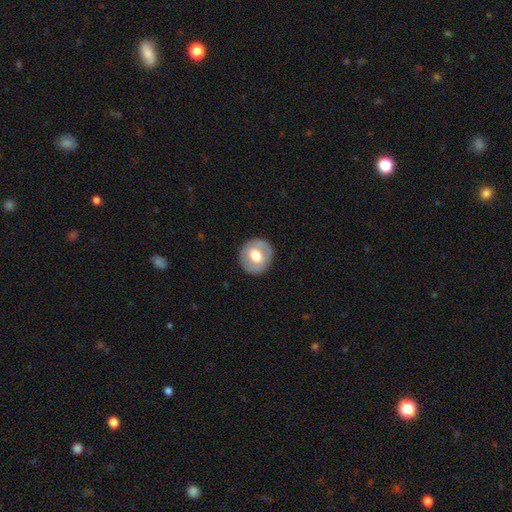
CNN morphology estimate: A smooth galaxy with no disk features (57%) that is round (85%).

Vote fractions:
- Smooth or featured? smooth: 57% / featured or disk: 37% / star or artifact: 6%
- How rounded? round: 85% / in between: 14% / cigar-shaped: 1%
- Merging? none: 88% / minor disturbance: 8% / major disturbance: 3% / merger: 1%